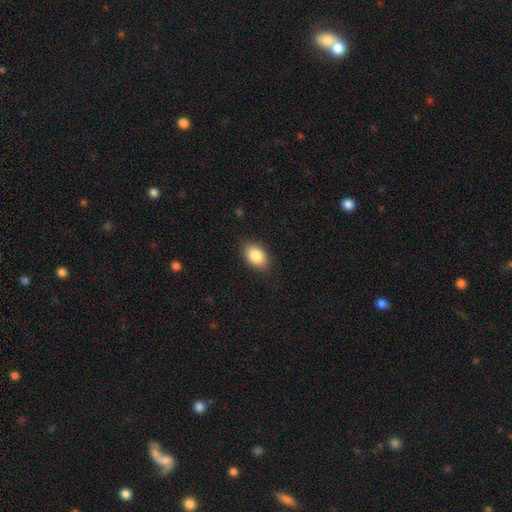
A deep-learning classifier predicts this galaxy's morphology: A smooth galaxy with no disk features (87%) that is in between round and cigar-shaped (85%). Merging: none (84%).